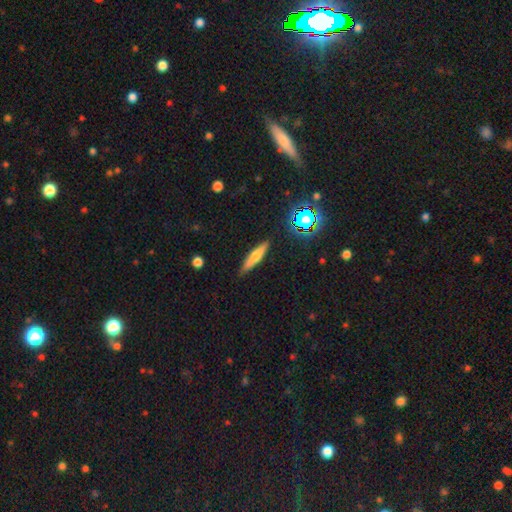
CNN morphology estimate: Smooth or featured? Predicted: smooth (p=0.57). How rounded? Predicted: cigar-shaped (p=0.84). Merging? Predicted: none (p=0.86).